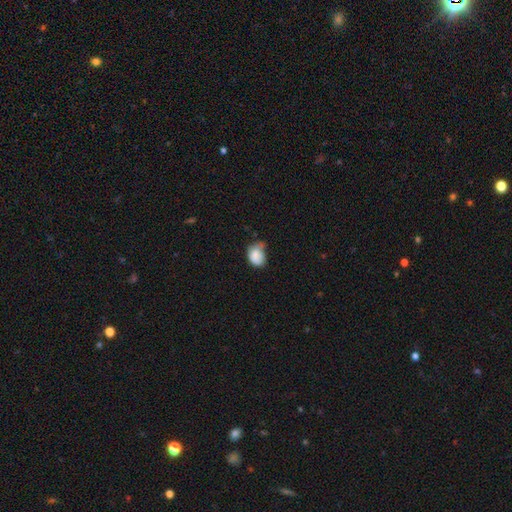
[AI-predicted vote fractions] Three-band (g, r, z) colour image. It shows a smooth galaxy with no disk features (83%) that is in between round and cigar-shaped (64%). Merging: minor disturbance (45%).